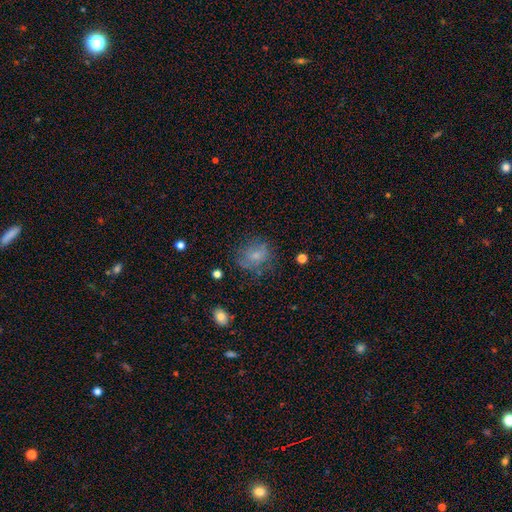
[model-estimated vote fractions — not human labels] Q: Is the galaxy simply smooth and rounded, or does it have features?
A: smooth — 66%.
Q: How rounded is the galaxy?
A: round — 60%.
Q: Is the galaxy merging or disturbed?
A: none — 61%.